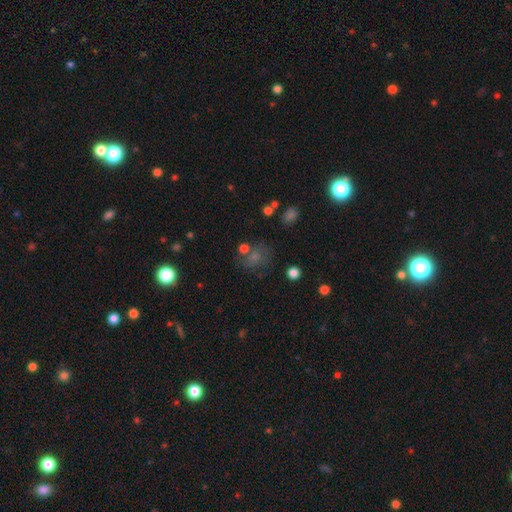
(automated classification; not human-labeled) smooth 49%, star or artifact 34%, featured or disk 17%. Down the decision tree: merging — none (64%).